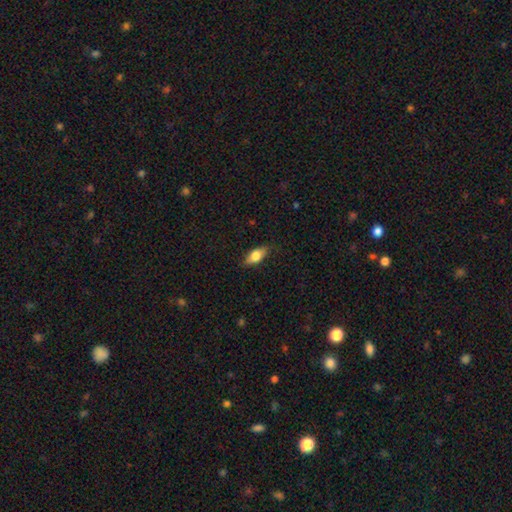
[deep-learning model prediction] Overall: smooth (73%). How rounded: in between (82%). Merging: none (82%).